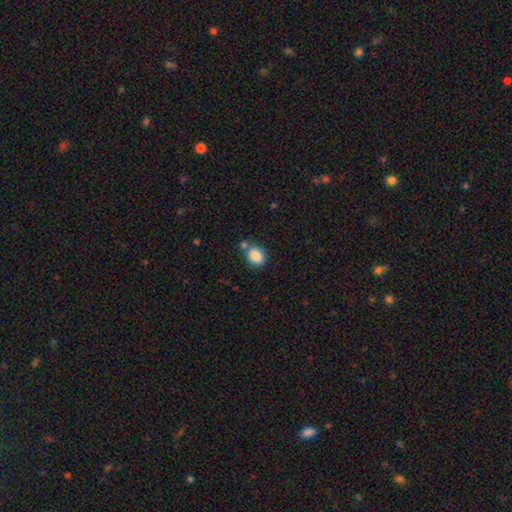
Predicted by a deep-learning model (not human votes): Overall: smooth (86%). How rounded: in between (53%; round 46%). Merging: none (67%).